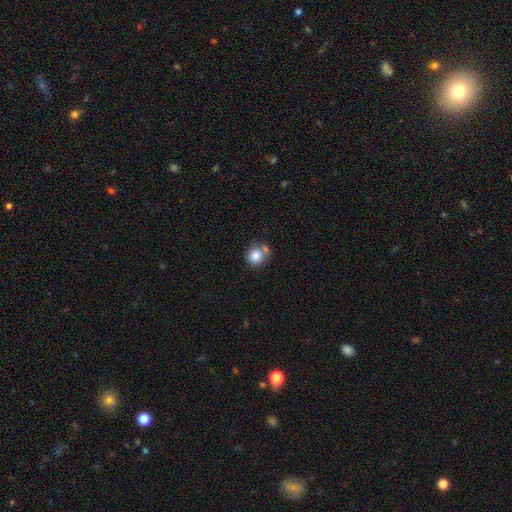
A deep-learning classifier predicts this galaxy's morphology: Smooth or featured: smooth — 81% (star or artifact — 9%)
How rounded: round — 82% (in between — 17%)
Merging: none — 55% (merger — 24%)